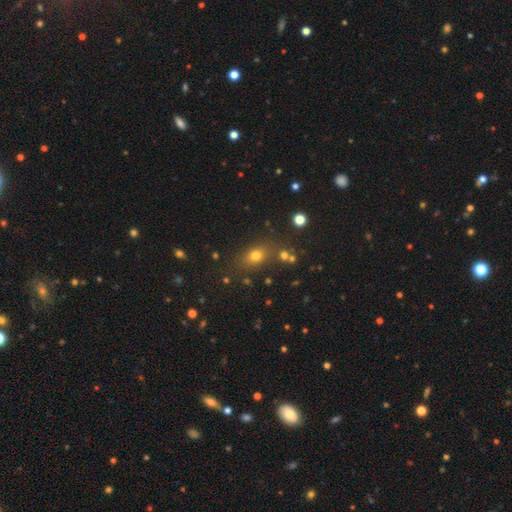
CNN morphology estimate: Smooth or featured: smooth — 69% (star or artifact — 20%)
How rounded: in between — 56% (round — 40%)
Merging: none — 76% (minor disturbance — 12%)